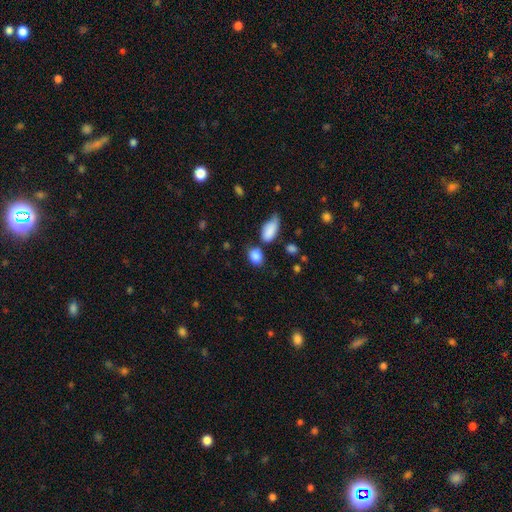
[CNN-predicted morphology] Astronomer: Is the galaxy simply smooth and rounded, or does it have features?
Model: smooth — 86%.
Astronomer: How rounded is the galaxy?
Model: in between — 72%.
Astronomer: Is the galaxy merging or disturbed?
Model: none — 58%.